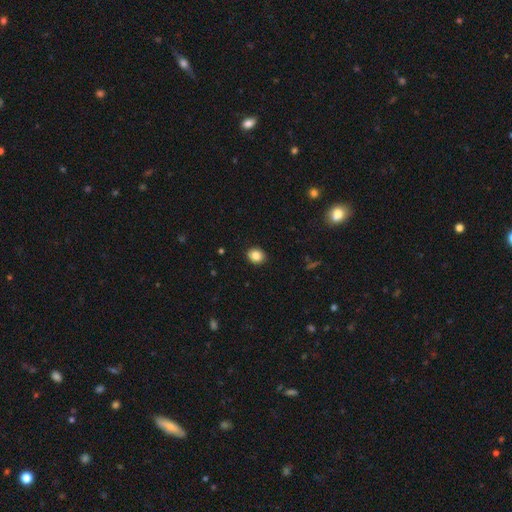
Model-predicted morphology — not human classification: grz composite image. It shows a smooth galaxy with no disk features (85%) that is round (59%). Merging: none (91%).